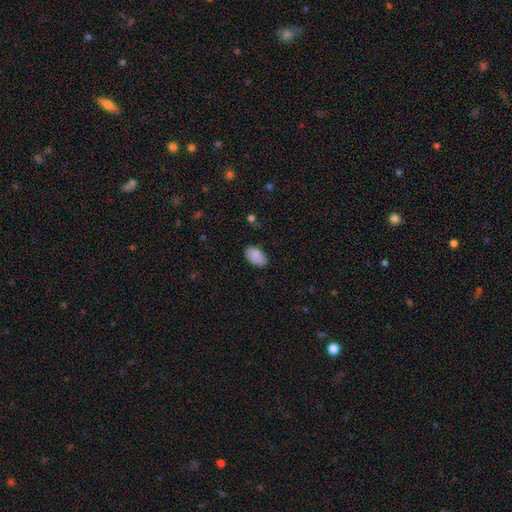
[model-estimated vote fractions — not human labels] smooth 84%, featured or disk 9%, star or artifact 7%. Down the decision tree: how rounded — in between (94%); merging — none (72%).